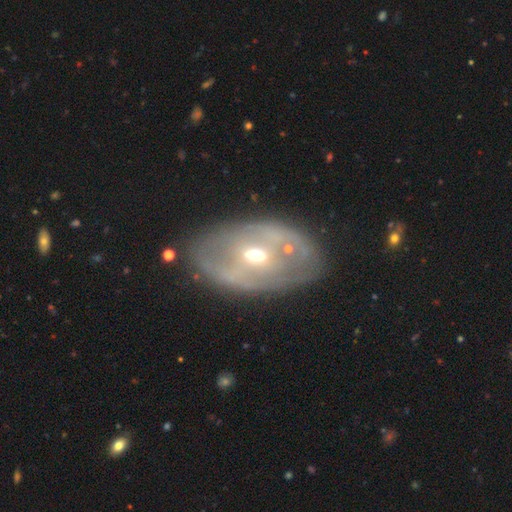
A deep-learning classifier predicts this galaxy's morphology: A featured or disk galaxy (70%) with a weak bar (45%), no spiral arms (59%) and a moderate central bulge (63%). Merging: none (73%).